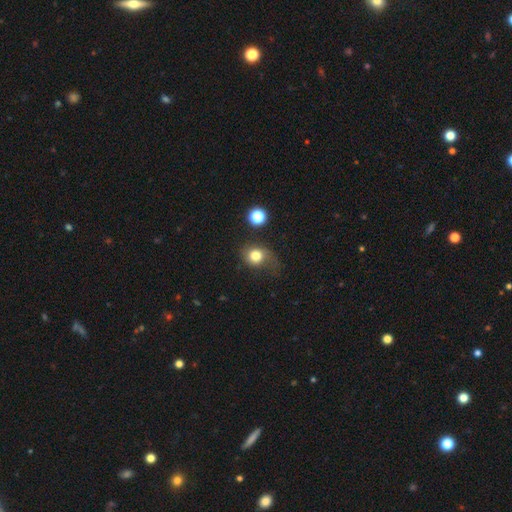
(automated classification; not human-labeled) Smooth or featured: smooth — 77% (featured or disk — 12%)
How rounded: round — 67% (in between — 32%)
Merging: none — 42% (minor disturbance — 28%)